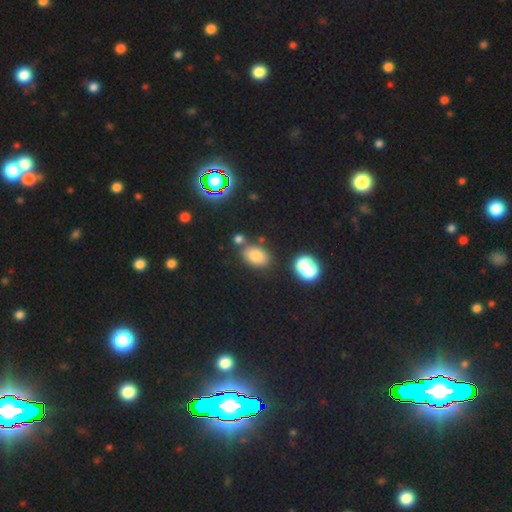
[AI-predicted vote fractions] A smooth galaxy with no disk features (76%) that is in between round and cigar-shaped (82%). Merging: none (70%).